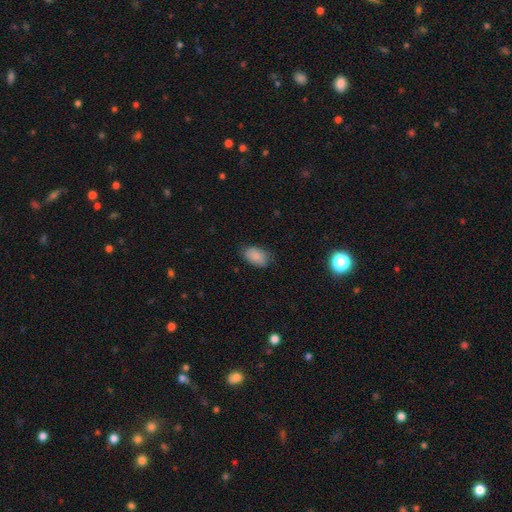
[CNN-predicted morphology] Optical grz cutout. It shows a smooth galaxy with no disk features (86%) that is in between round and cigar-shaped (90%). Merging: none (72%).